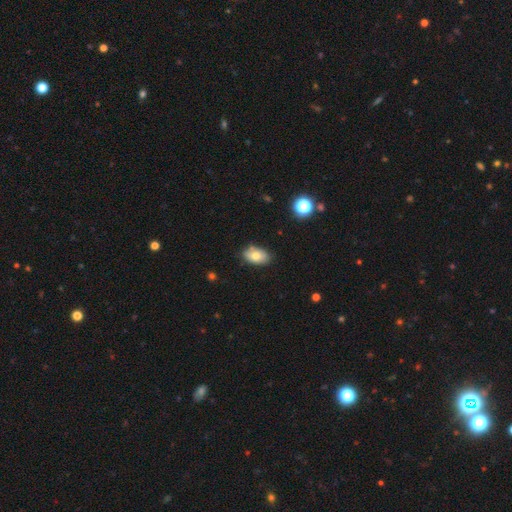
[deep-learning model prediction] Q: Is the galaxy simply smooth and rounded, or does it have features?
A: smooth — 74%.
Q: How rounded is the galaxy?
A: in between — 91%.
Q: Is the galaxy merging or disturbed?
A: none — 79%.